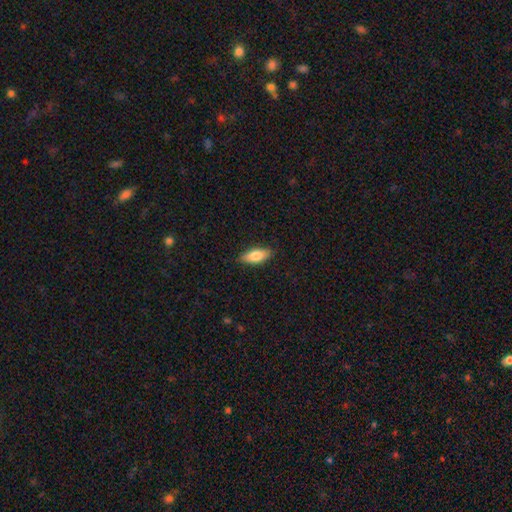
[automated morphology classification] Overall: smooth (78%). How rounded: in between (79%). Merging: none (87%).